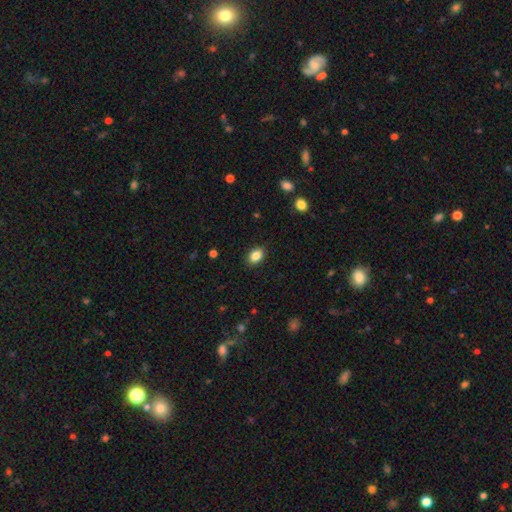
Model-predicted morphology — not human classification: This is clearly a smooth galaxy (85%). How rounded: likely in between (78%). Merging: clearly none (88%).